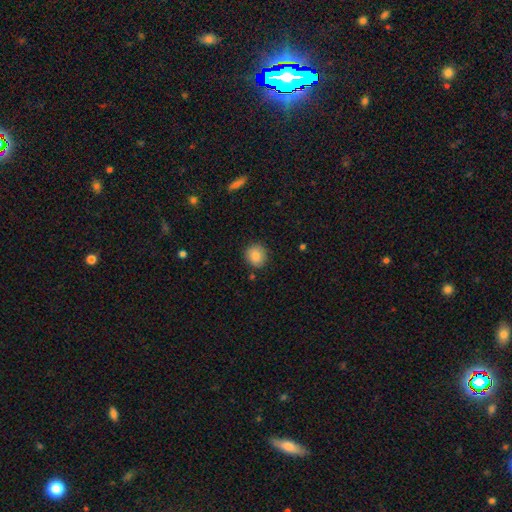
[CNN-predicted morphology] Smooth or featured? Predicted: smooth (p=0.85). How rounded? Predicted: round (p=0.87). Merging? Predicted: none (p=0.86).